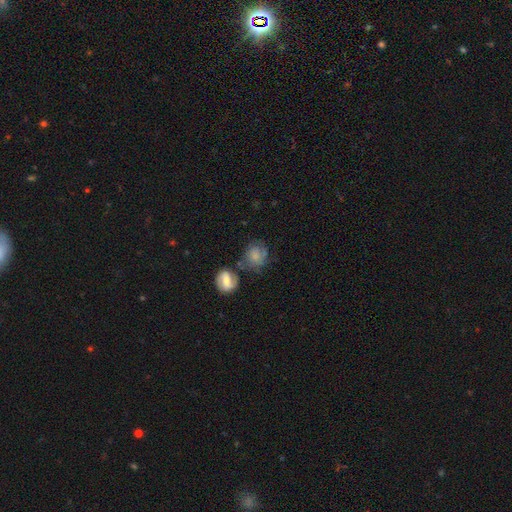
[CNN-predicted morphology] A smooth galaxy with no disk features (59%) that is round (73%).

Vote fractions:
- Smooth or featured? smooth: 59% / featured or disk: 32% / star or artifact: 9%
- How rounded? round: 73% / in between: 26% / cigar-shaped: 1%
- Merging? none: 54% / minor disturbance: 22% / merger: 13% / major disturbance: 11%